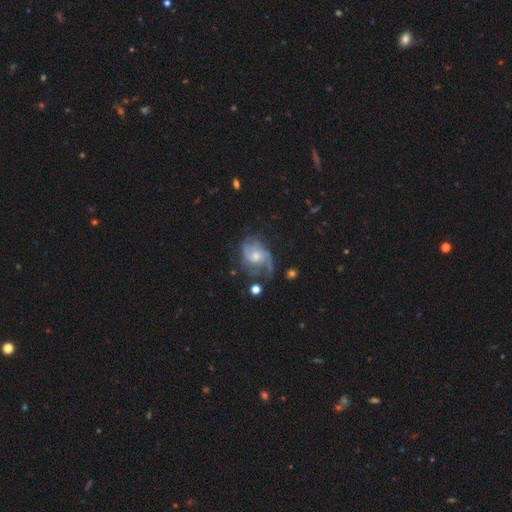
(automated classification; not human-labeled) Smooth or featured? Predicted: featured or disk (p=0.81). Edge-on disk? Predicted: no (p=0.98). Bar? Predicted: no (p=0.67). Spiral arms? Predicted: yes (p=0.93). Spiral winding? Predicted: medium (p=0.46). Spiral arm count? Predicted: 2 (p=0.34). Bulge size? Predicted: moderate (p=0.52). Merging? Predicted: none (p=0.53).